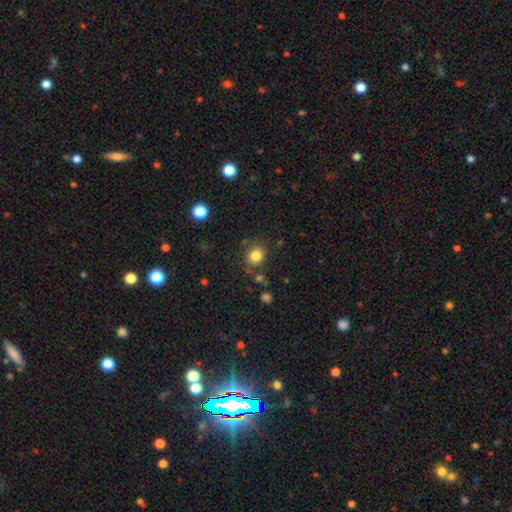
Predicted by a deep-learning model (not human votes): Smooth or featured? Predicted: smooth (p=0.82). How rounded? Predicted: round (p=0.80). Merging? Predicted: none (p=0.78).